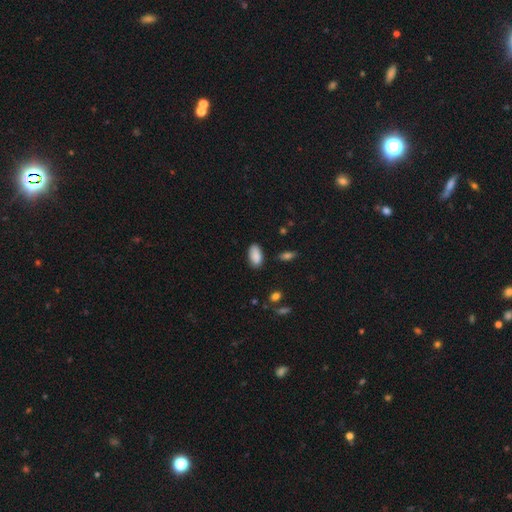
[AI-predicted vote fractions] This is clearly a smooth galaxy (89%). How rounded: clearly in between (94%). Merging: likely none (80%).